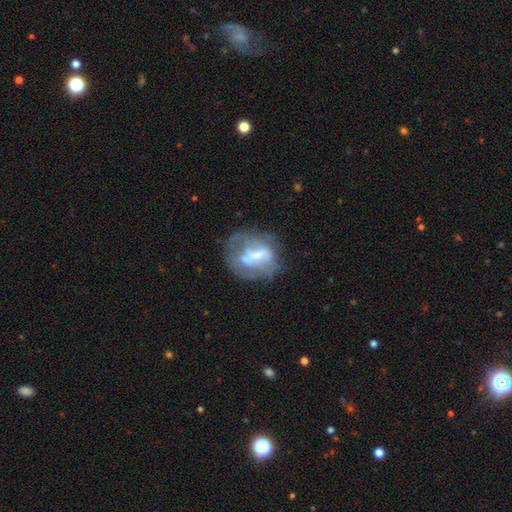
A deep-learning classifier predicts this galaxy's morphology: The model was most divided on "bar": no: 42%, weak: 39%, strong: 19%. Remaining: edge-on disk — no (96%); spiral arms — no (65%); smooth or featured — featured or disk (59%); merging — none (41%); bulge size — small (38%).